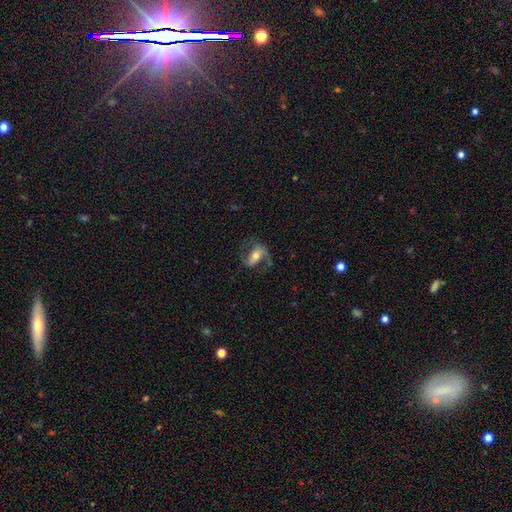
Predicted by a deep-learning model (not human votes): Overall: featured or disk (67%). Edge-on disk: no (93%). Bar: strong (46%; weak 30%). Spiral arms: yes (85%). Spiral arm count: 2 (84%). Spiral winding: medium (46%; loose 39%). Bulge size: moderate (61%; small 26%). Merging: none (64%).